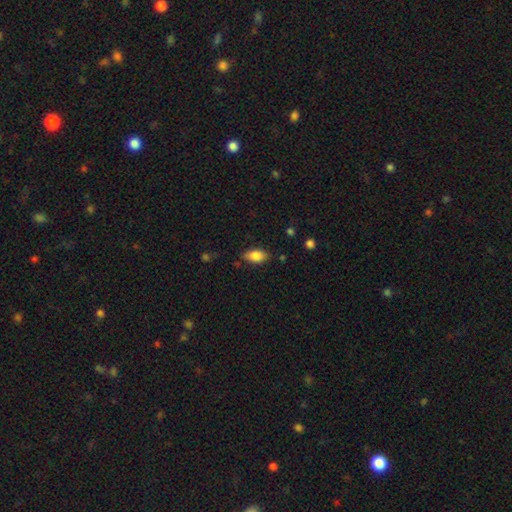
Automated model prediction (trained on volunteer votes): This appears to be a smooth galaxy with no disk features (84%) that is in between round and cigar-shaped (90%). Merging: none (75%).